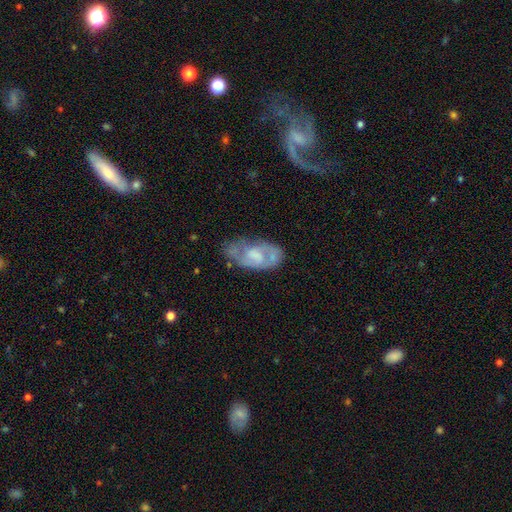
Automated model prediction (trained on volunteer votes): Overall: featured or disk (66%; smooth 27%). Edge-on disk: no (94%). Bar: no (54%; weak 37%). Spiral arms: yes (70%; no 30%). Bulge size: moderate (33%; none 30%). Merging: none (57%; minor disturbance 26%).